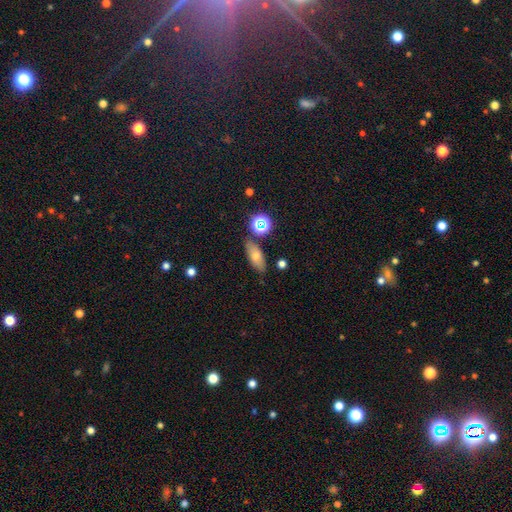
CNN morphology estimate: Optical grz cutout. It shows a smooth galaxy with no disk features (58%) that is in between round and cigar-shaped (72%). Merging: none (80%).